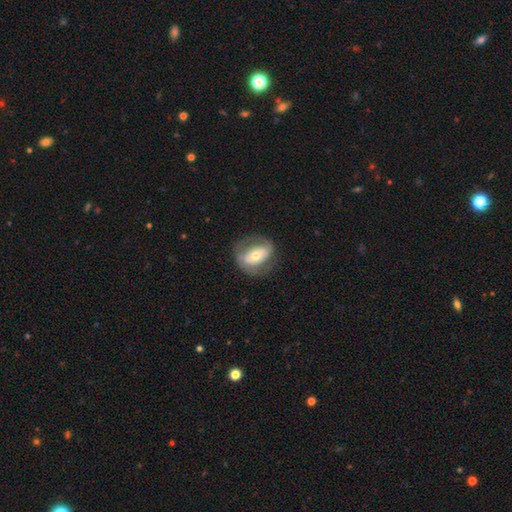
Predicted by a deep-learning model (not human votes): The model was most divided on "spiral arms": yes: 51%, no: 49%. Remaining: edge-on disk — no (94%); merging — none (67%); bulge size — moderate (61%); smooth or featured — featured or disk (56%); bar — no (44%).